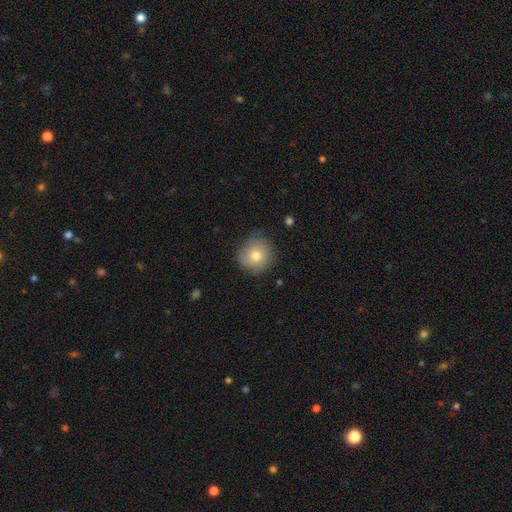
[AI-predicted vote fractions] This is likely a smooth galaxy (72%). How rounded: clearly round (90%). Merging: likely none (73%).